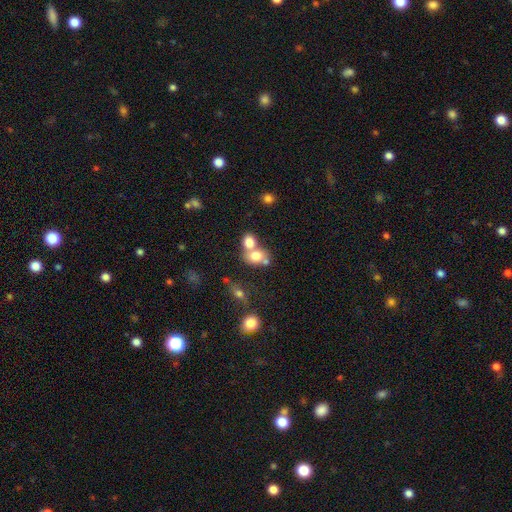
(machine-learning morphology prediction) Q: Smooth or featured?
A: smooth (74%); runner-up: featured or disk (15%)
Q: How rounded?
A: in between (51%); runner-up: round (48%)
Q: Merging?
A: merger (56%); runner-up: none (32%)